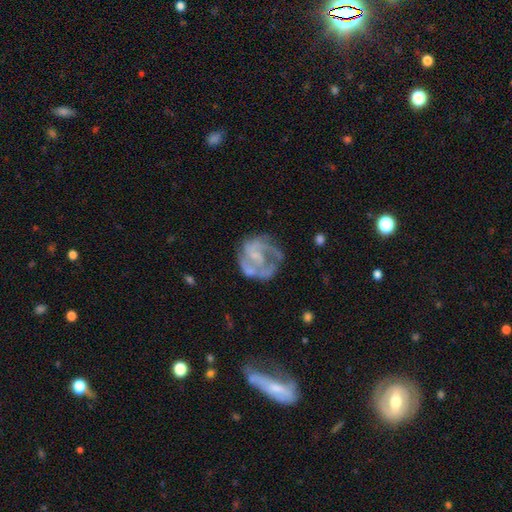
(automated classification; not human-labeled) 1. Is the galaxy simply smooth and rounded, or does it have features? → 73% featured or disk, 19% smooth, 8% star or artifact.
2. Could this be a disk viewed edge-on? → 98% no, 2% yes.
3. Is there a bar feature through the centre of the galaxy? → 60% no, 31% weak, 8% strong.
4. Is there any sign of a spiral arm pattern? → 64% yes, 36% no.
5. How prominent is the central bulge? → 43% small, 35% none, 19% moderate, 2% large, 1% dominant.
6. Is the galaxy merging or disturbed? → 50% none, 25% major disturbance, 21% minor disturbance, 5% merger.